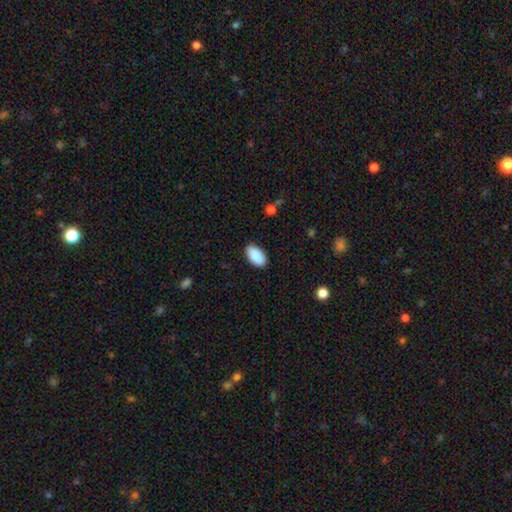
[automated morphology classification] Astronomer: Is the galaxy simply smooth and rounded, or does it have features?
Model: smooth — 91%.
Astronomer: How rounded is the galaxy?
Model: in between — 95%.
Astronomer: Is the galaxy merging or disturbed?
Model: none — 88%.